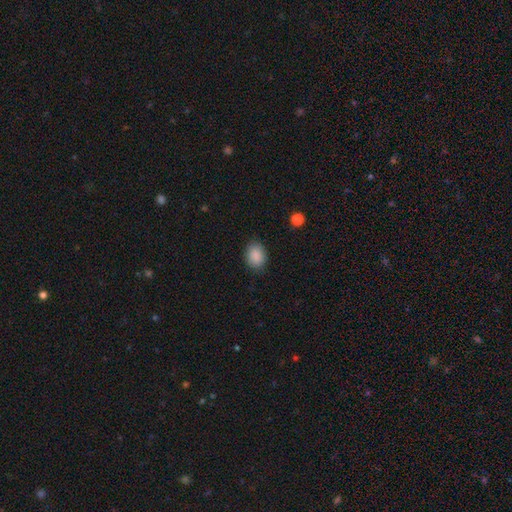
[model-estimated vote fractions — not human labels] smooth_or_featured: smooth (p=0.89) [alt: star or artifact p=0.08]
how_rounded: in between (p=0.70) [alt: round p=0.29]
merging: none (p=0.86) [alt: minor disturbance p=0.11]